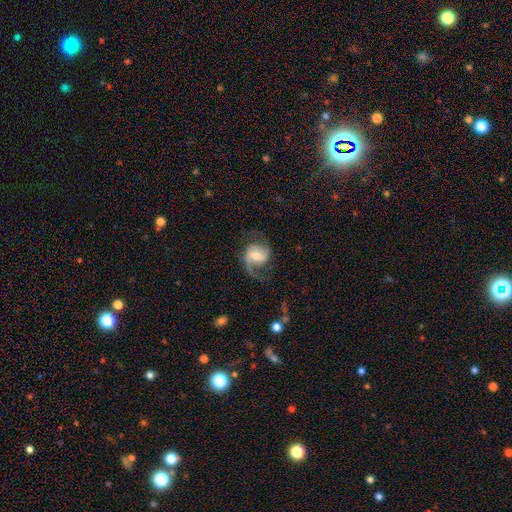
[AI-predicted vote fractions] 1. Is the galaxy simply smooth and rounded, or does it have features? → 84% featured or disk, 10% smooth, 6% star or artifact.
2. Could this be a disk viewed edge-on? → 98% no, 2% yes.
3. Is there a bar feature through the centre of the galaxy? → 48% weak, 33% no, 19% strong.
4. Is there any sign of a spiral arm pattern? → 96% yes, 4% no.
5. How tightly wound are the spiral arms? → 47% medium, 41% loose, 12% tight.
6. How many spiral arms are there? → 78% 2, 16% 1, 3% can't tell, 2% 3, 1% 4, 1% more than 4.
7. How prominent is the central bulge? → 57% moderate, 33% small, 6% large, 3% none, 1% dominant.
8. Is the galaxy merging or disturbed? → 65% none, 17% minor disturbance, 17% major disturbance, 2% merger.